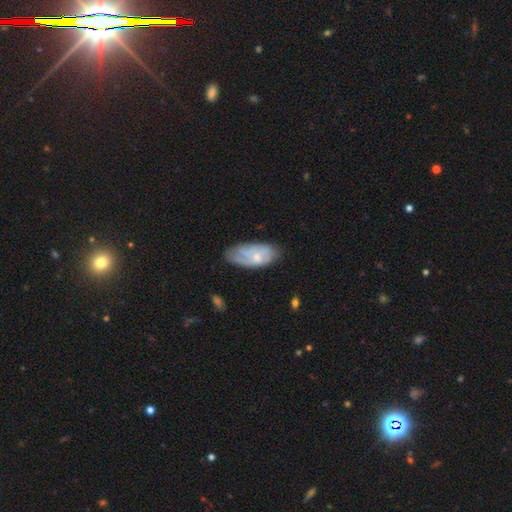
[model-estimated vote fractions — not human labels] featured or disk 53%, smooth 40%, star or artifact 6%. Down the decision tree: edge-on disk — no (92%); merging — none (59%).